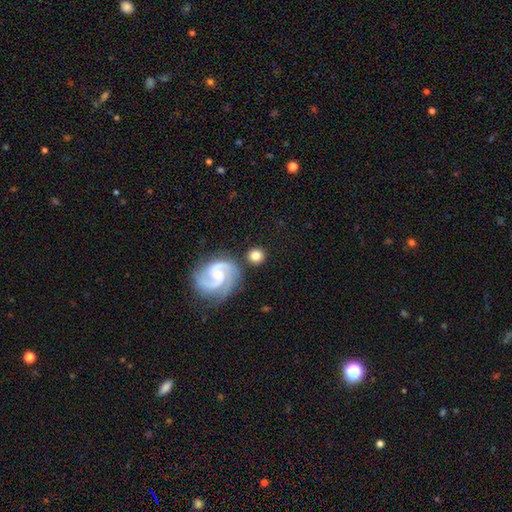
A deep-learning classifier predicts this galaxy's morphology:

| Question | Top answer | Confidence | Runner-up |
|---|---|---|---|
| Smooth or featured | smooth | 60% | featured or disk (33%) |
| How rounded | round | 91% | in between (8%) |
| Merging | none | 82% | minor disturbance (9%) |